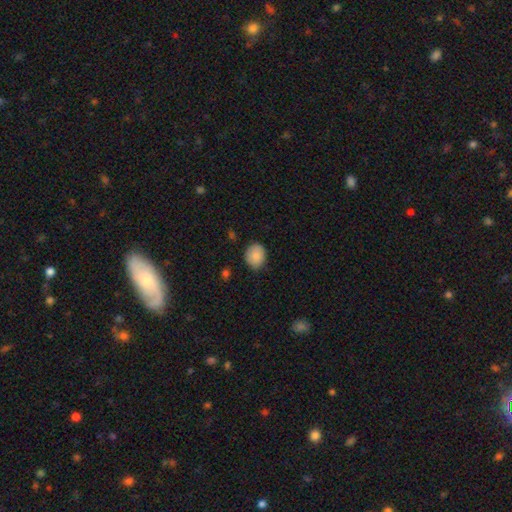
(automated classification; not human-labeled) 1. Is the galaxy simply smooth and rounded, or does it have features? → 86% smooth, 7% star or artifact, 6% featured or disk.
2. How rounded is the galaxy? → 57% round, 42% in between, 1% cigar-shaped.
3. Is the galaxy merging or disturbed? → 80% none, 16% minor disturbance, 3% major disturbance, 1% merger.